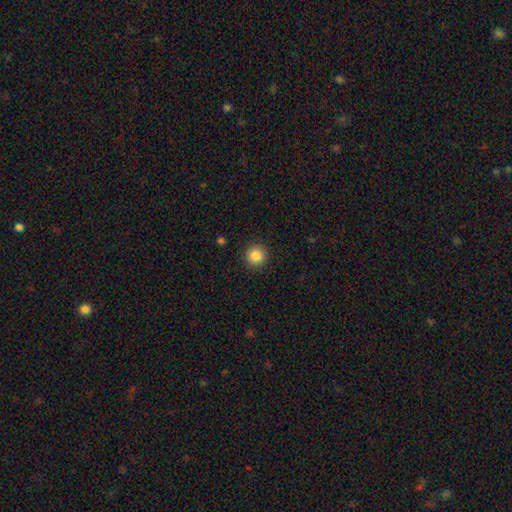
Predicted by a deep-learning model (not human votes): A smooth galaxy with no disk features (85%) that is round (94%).

Vote fractions:
- Smooth or featured? smooth: 85% / star or artifact: 10% / featured or disk: 5%
- How rounded? round: 94% / in between: 5% / cigar-shaped: 1%
- Merging? none: 92% / minor disturbance: 5% / major disturbance: 2% / merger: 1%